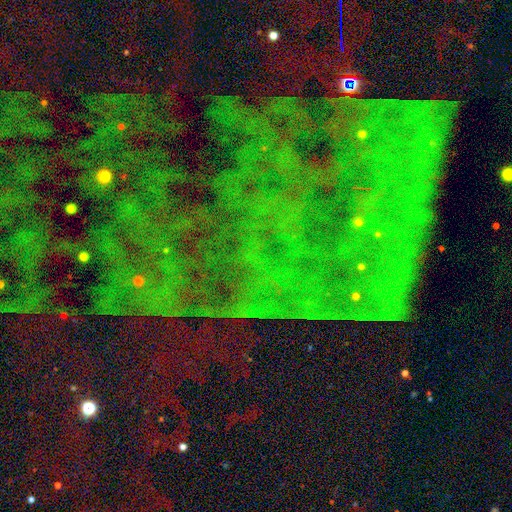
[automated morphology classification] Overall: star or artifact (83%).